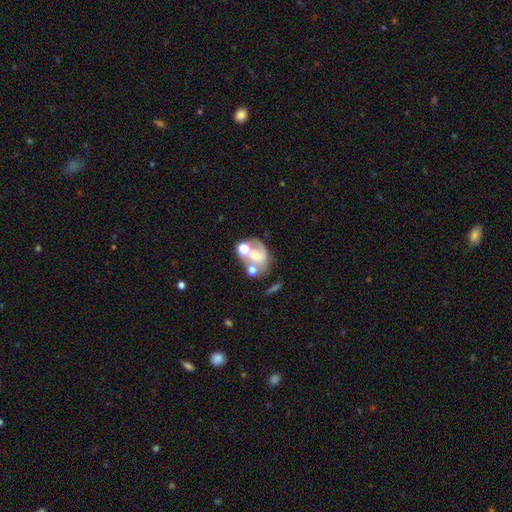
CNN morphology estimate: smooth_or_featured: featured or disk (p=0.52) [alt: smooth p=0.35]
disk_edge_on: no (p=0.97) [alt: yes p=0.03]
bar: no (p=0.69) [alt: weak p=0.23]
has_spiral_arms: yes (p=0.51) [alt: no p=0.49]
bulge_size: small (p=0.40) [alt: moderate p=0.36]
merging: merger (p=0.36) [alt: none p=0.29]